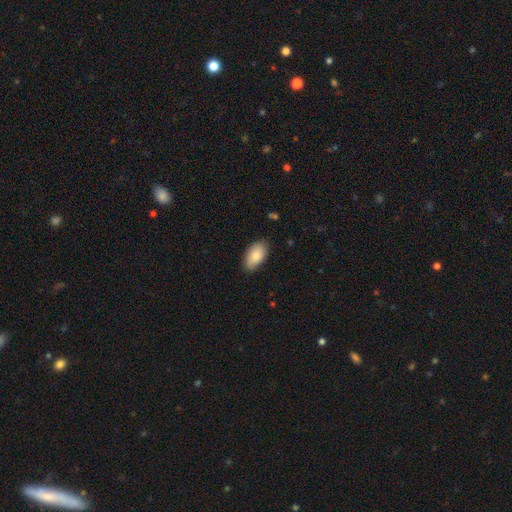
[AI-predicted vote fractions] Overall: smooth (85%). How rounded: in between (94%). Merging: none (81%).